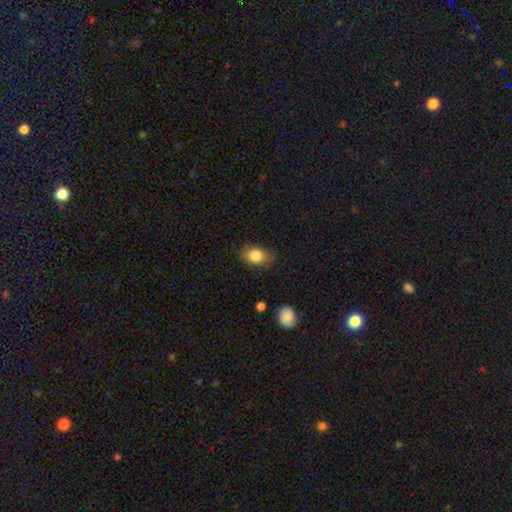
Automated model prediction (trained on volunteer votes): smooth 82%, featured or disk 10%, star or artifact 8%. Down the decision tree: how rounded — in between (77%); merging — none (75%).